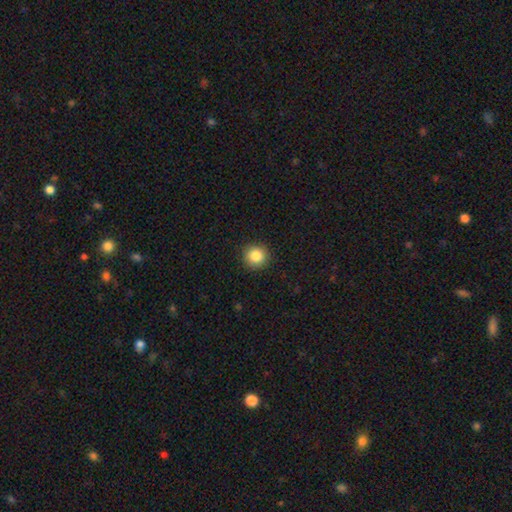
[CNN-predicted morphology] smooth_or_featured: smooth (p=0.86) [alt: star or artifact p=0.10]
how_rounded: round (p=0.93) [alt: in between p=0.06]
merging: none (p=0.91) [alt: minor disturbance p=0.06]